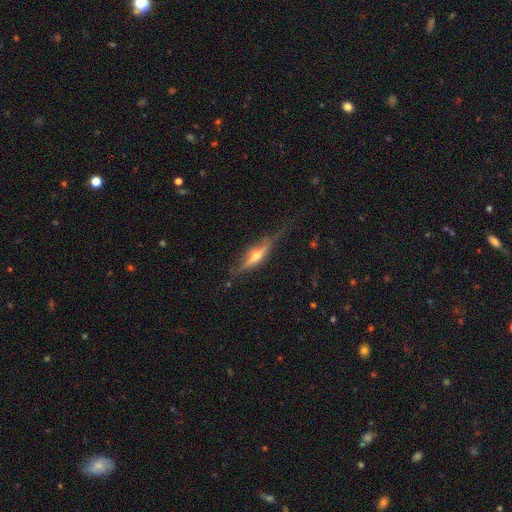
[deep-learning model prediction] Overall: featured or disk (69%). Edge-on disk: yes (93%). Edge-on bulge: rounded (90%). Merging: none (70%).